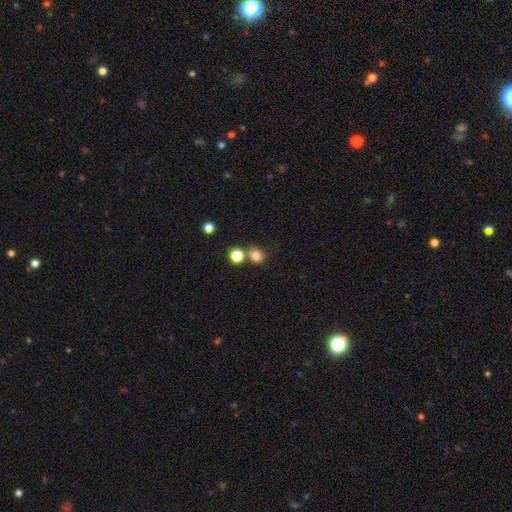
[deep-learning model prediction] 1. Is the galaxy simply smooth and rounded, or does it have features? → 78% smooth, 15% star or artifact, 6% featured or disk.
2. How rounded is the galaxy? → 78% round, 22% in between, 1% cigar-shaped.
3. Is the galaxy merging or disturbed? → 63% none, 23% merger, 10% minor disturbance, 4% major disturbance.